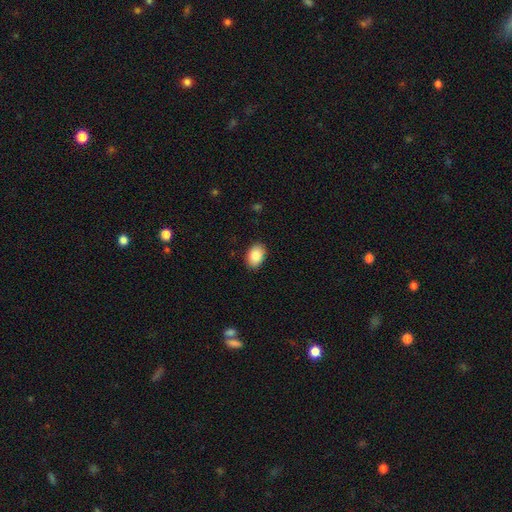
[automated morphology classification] The model was most divided on "how rounded": in between: 87%, round: 12%, cigar-shaped: 1%. More confident: smooth or featured — smooth (88%); merging — none (88%).